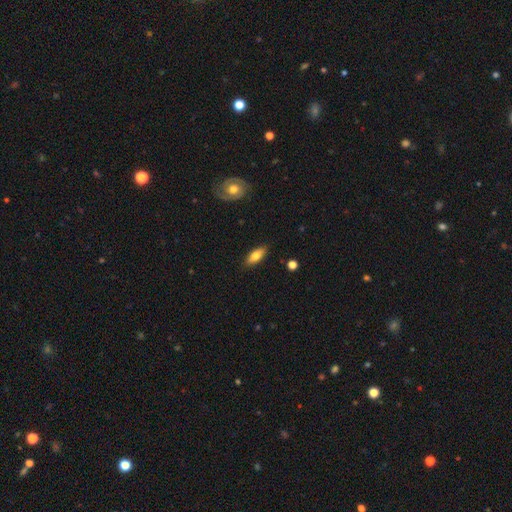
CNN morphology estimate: A smooth galaxy with no disk features (70%) that is in between round and cigar-shaped (74%). Merging: none (86%).